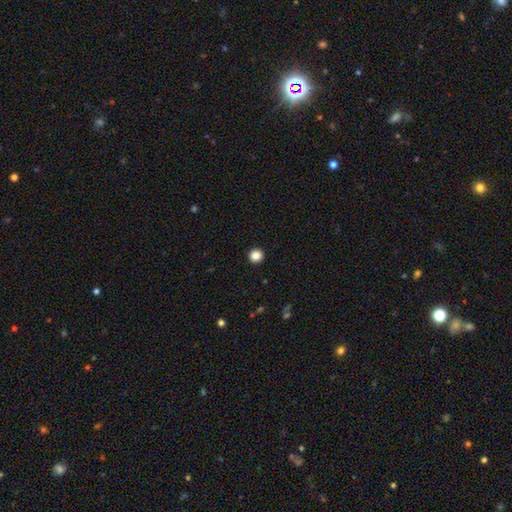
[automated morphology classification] Smooth or featured? Predicted: smooth (p=0.86). How rounded? Predicted: round (p=0.95). Merging? Predicted: none (p=0.94).